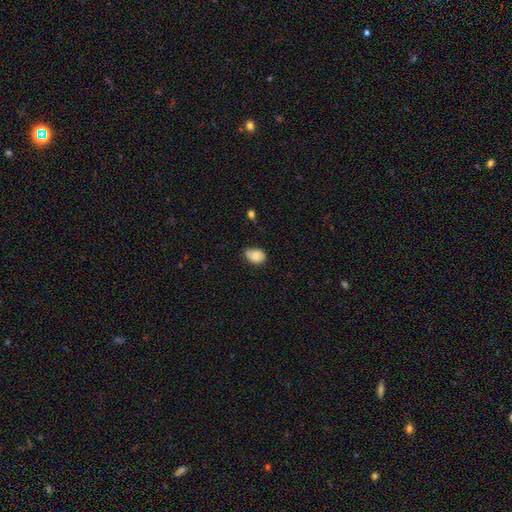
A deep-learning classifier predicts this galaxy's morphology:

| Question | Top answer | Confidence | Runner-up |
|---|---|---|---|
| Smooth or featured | smooth | 77% | featured or disk (15%) |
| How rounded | in between | 67% | round (32%) |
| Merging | none | 53% | minor disturbance (36%) |